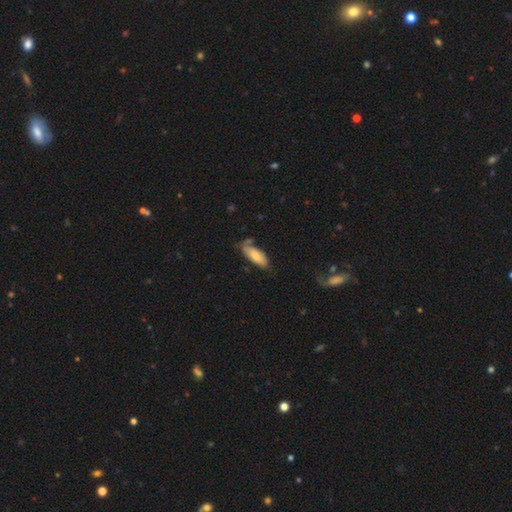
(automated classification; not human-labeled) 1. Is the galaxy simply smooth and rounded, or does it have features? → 74% smooth, 20% featured or disk, 6% star or artifact.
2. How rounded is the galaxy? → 75% in between, 23% cigar-shaped, 2% round.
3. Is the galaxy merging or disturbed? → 53% none, 30% minor disturbance, 10% major disturbance, 6% merger.